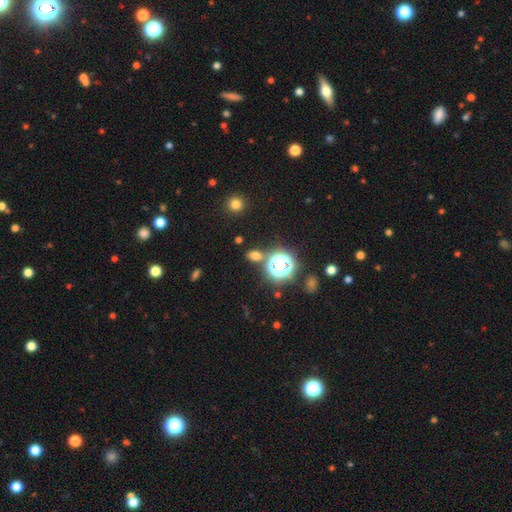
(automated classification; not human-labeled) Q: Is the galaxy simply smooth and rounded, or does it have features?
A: smooth — 56%.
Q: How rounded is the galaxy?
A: in between — 62%.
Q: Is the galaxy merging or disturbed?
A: none — 78%.